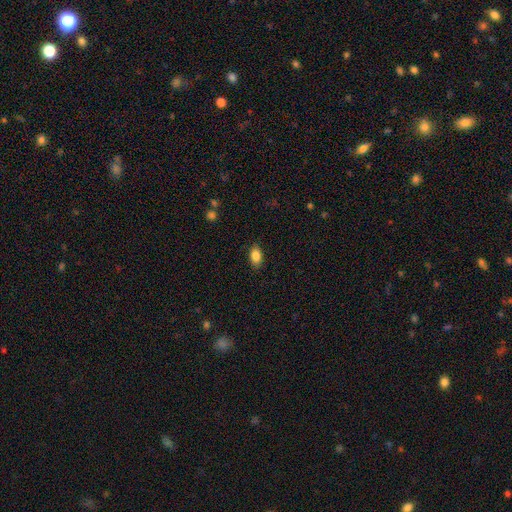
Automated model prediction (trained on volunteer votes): This appears to be a smooth galaxy with no disk features (86%) that is in between round and cigar-shaped (89%). Merging: none (86%).